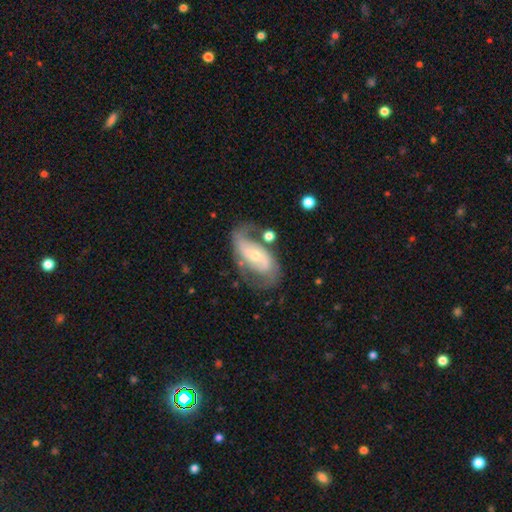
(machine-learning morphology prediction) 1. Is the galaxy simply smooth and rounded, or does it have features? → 82% featured or disk, 13% smooth, 6% star or artifact.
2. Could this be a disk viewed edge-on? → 95% no, 5% yes.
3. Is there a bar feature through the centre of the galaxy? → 38% no, 37% weak, 25% strong.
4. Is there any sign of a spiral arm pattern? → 91% yes, 9% no.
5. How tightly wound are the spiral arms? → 43% medium, 37% loose, 19% tight.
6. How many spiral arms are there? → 82% 2, 8% can't tell, 6% 1, 2% 3, 1% 4, 1% more than 4.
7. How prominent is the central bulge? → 57% small, 38% moderate, 2% large, 2% none, 1% dominant.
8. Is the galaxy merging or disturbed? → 57% none, 21% minor disturbance, 16% major disturbance, 6% merger.